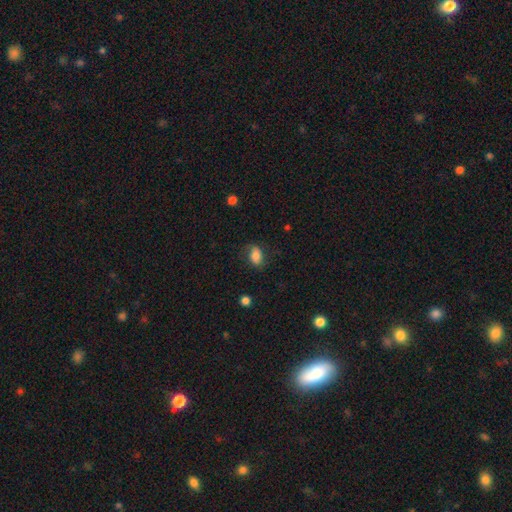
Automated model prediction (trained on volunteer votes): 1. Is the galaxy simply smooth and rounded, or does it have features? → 75% smooth, 17% featured or disk, 9% star or artifact.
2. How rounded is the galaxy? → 82% in between, 16% round, 2% cigar-shaped.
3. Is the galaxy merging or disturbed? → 68% none, 21% minor disturbance, 9% major disturbance, 1% merger.